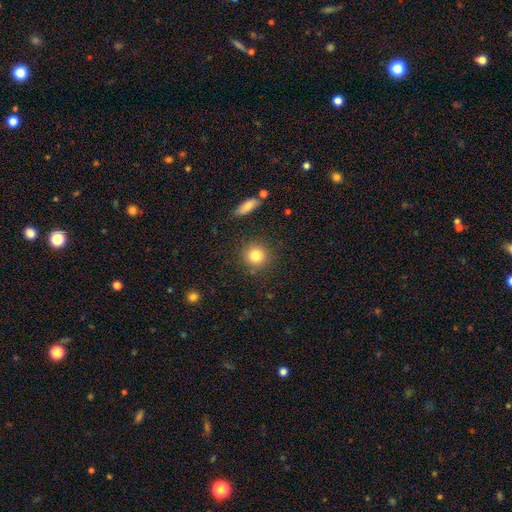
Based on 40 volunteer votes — smooth-or-featured: smooth: 75% | featured or disk: 15% | star or artifact: 10%
  how-rounded: round: 93% | in between: 7% | cigar-shaped: 0%
  merging: none: 75% | minor disturbance: 11% | merger: 8% | major disturbance: 6%